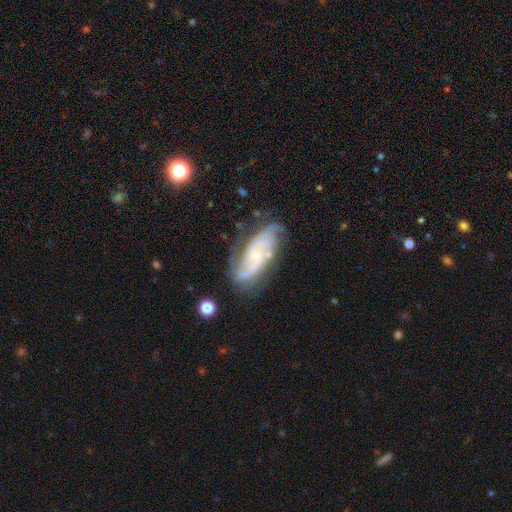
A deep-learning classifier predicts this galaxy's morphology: This is clearly a featured or disk galaxy (83%). It is clearly not viewed edge-on (93%). Bar: likely no (67%). Spiral arm pattern: clearly yes (94%). Spiral arm count: marginally 2 (44%). Spiral winding: marginally tight (44%). Central bulge: likely small (68%). Merging: likely none (67%).